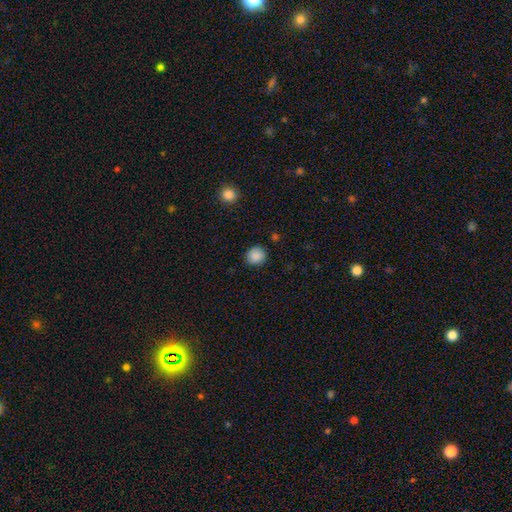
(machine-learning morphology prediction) Smooth or featured: smooth — 88% (star or artifact — 9%)
How rounded: round — 88% (in between — 11%)
Merging: none — 89% (minor disturbance — 7%)